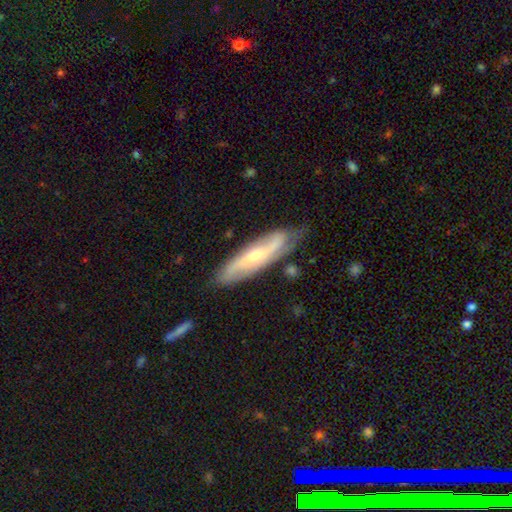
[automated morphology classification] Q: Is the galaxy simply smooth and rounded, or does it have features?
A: featured or disk — 68%.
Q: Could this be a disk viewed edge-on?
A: no — 71%.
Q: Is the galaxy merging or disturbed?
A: none — 73%.